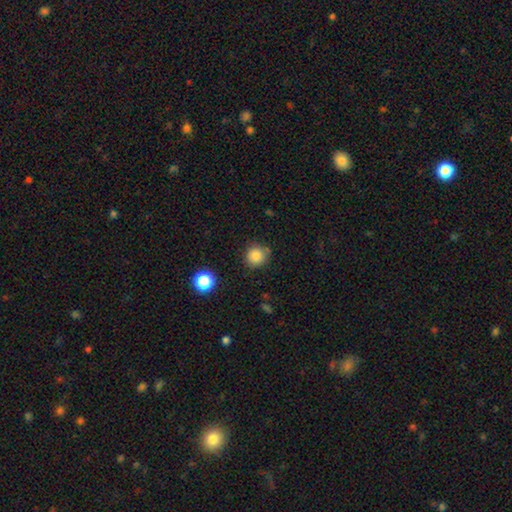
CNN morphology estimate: type=smooth (84%); roundness=round (92%); merging=none (79%).